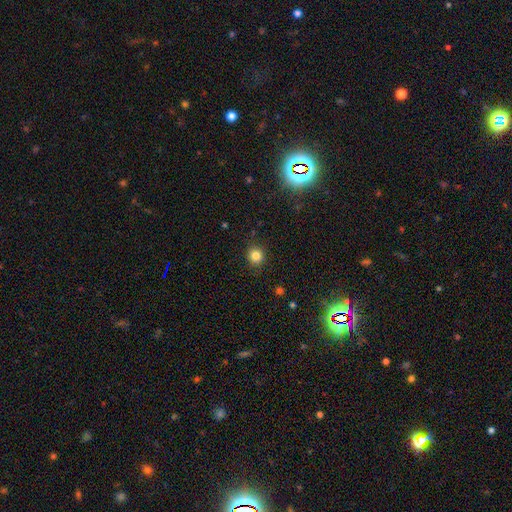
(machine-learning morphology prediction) type=smooth (83%); roundness=round (87%); merging=none (88%).